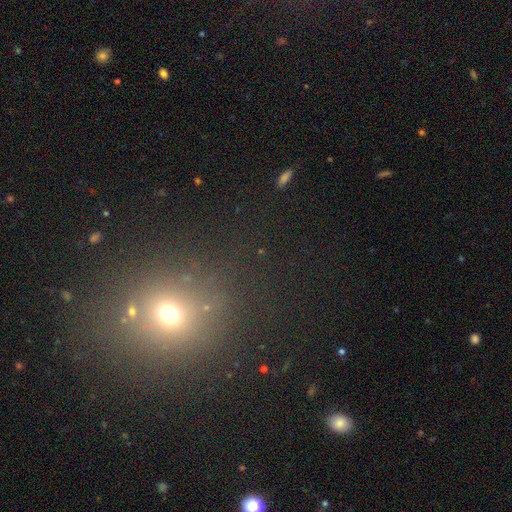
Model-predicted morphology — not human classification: Smooth or featured? Predicted: star or artifact (p=0.45).